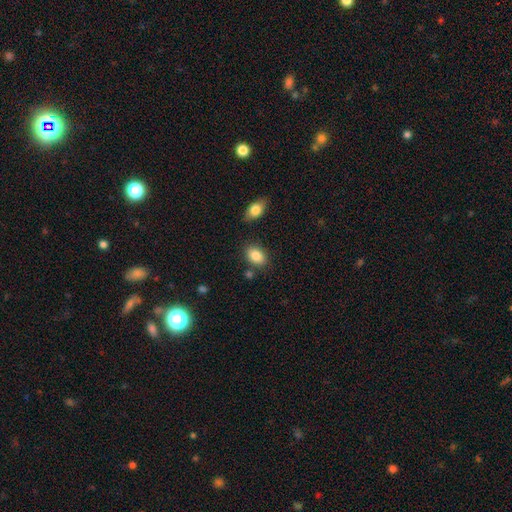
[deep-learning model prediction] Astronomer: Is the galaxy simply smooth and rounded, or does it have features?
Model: smooth — 85%.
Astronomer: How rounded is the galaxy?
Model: in between — 83%.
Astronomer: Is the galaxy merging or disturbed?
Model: none — 79%.